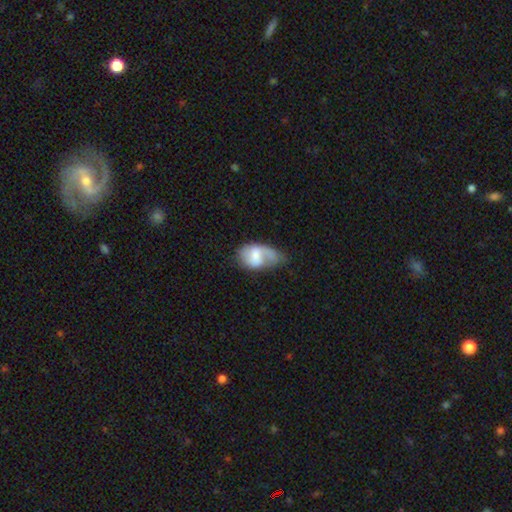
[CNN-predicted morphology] Smooth or featured? Predicted: featured or disk (p=0.49). Merging? Predicted: minor disturbance (p=0.34).